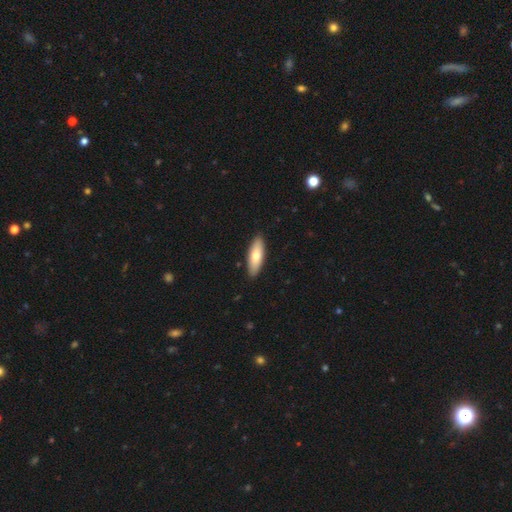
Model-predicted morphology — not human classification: smooth-or-featured: smooth: 72% | featured or disk: 23% | star or artifact: 5%
  how-rounded: in between: 61% | cigar-shaped: 37% | round: 2%
  merging: none: 90% | minor disturbance: 8% | major disturbance: 1% | merger: 1%